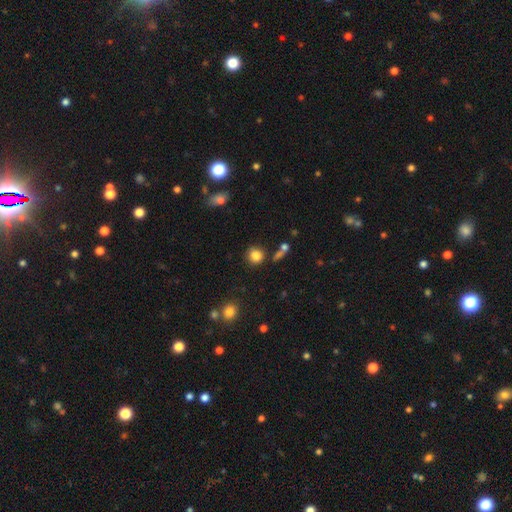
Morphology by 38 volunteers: A smooth galaxy with no disk features (87%) that is round (85%). Merging: none (77%).